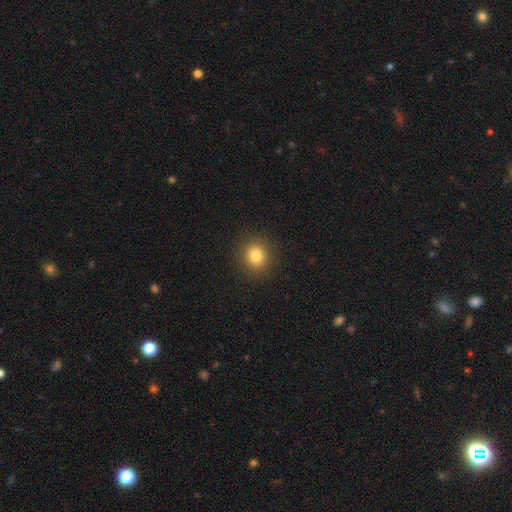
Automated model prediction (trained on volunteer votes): Smooth or featured?
  - smooth: 81% *
  - star or artifact: 13%
  - featured or disk: 6%
How rounded?
  - round: 84% *
  - in between: 15%
  - cigar-shaped: 1%
Merging?
  - none: 91% *
  - minor disturbance: 6%
  - major disturbance: 2%
  - merger: 1%